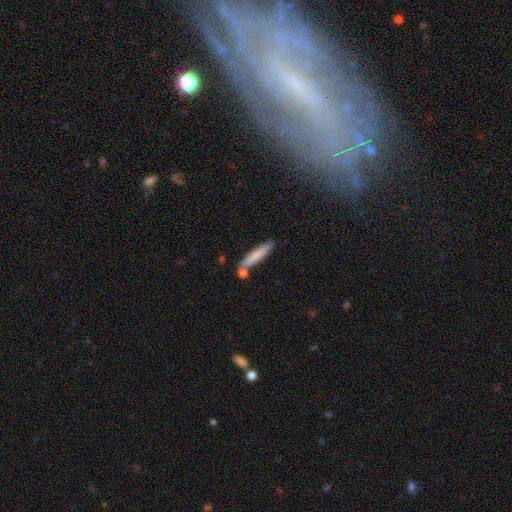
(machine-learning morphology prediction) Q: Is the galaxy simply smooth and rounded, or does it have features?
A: smooth — 75%.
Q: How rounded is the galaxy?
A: cigar-shaped — 89%.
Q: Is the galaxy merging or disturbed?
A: none — 73%.